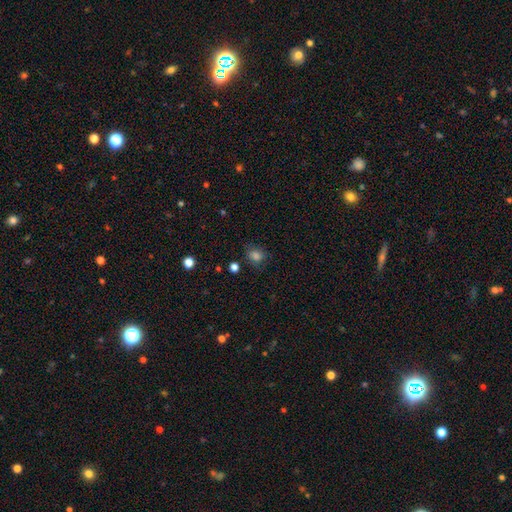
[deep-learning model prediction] Smooth or featured?
  - smooth: 81% *
  - star or artifact: 13%
  - featured or disk: 6%
How rounded?
  - round: 58% *
  - in between: 41%
  - cigar-shaped: 1%
Merging?
  - none: 75% *
  - minor disturbance: 17%
  - major disturbance: 5%
  - merger: 2%